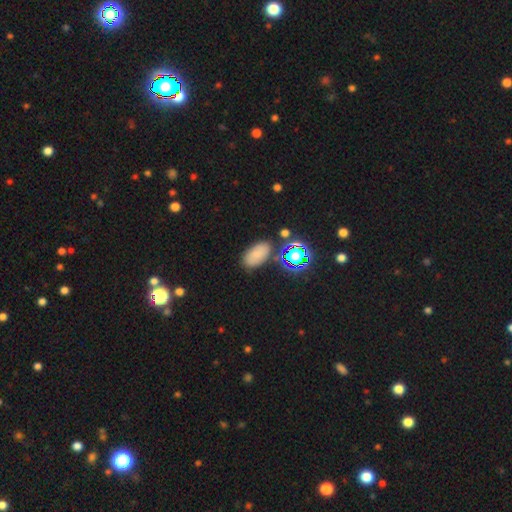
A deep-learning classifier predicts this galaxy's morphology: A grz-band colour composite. It shows a smooth galaxy with no disk features (69%) that is in between round and cigar-shaped (91%). Merging: none (76%).